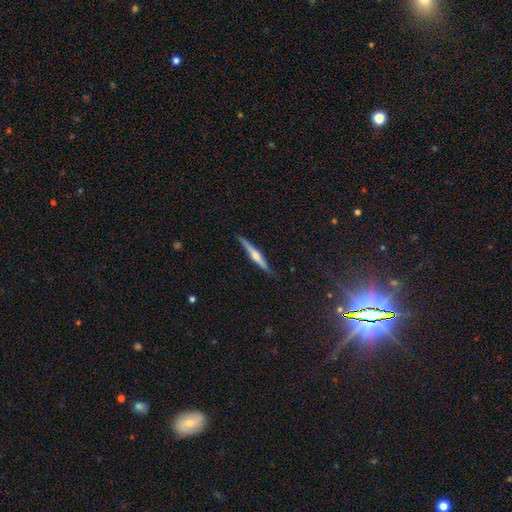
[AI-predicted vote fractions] A featured or disk galaxy (67%) viewed edge-on (98%) with a rounded central bulge (83%). Merging: none (87%).